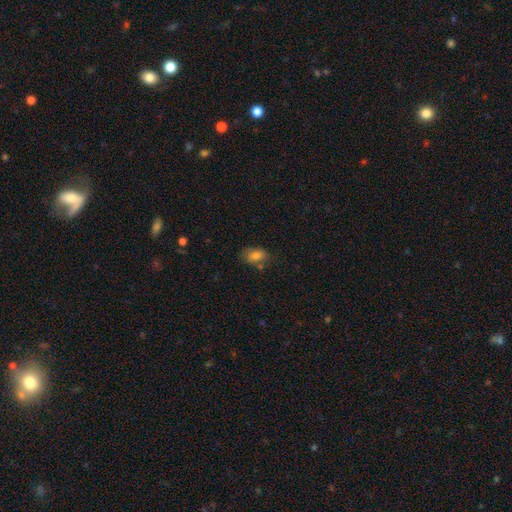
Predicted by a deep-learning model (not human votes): Smooth or featured? Predicted: smooth (p=0.75). How rounded? Predicted: in between (p=0.84). Merging? Predicted: none (p=0.64).